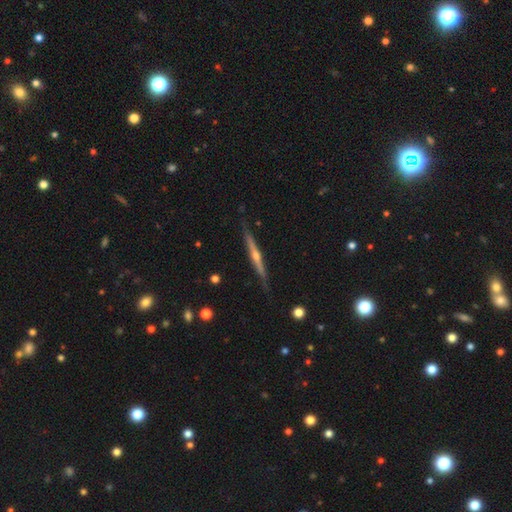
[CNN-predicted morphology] This is likely a featured or disk galaxy (77%). It is clearly viewed edge-on (98%). Edge-on bulge: likely rounded (78%). Merging: clearly none (87%).